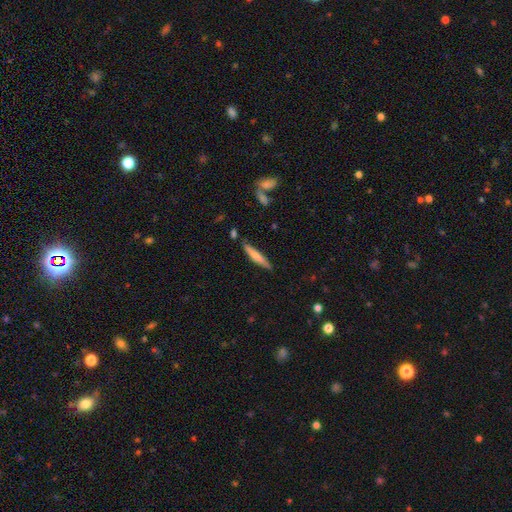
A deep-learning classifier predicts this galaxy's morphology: The model was most divided on "smooth or featured": smooth: 61%, featured or disk: 33%, star or artifact: 6%. More confident: how rounded — cigar-shaped (91%); merging — none (81%).